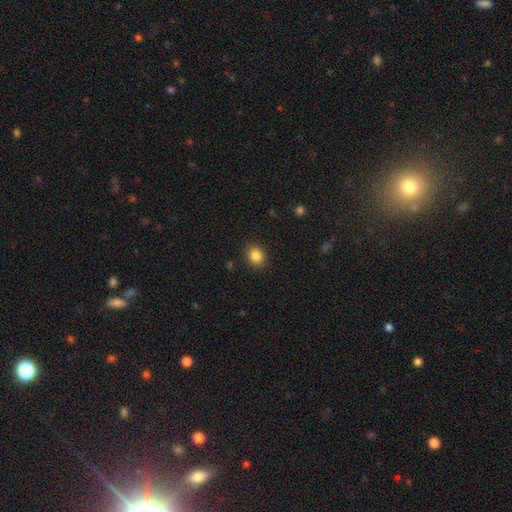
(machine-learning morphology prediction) Smooth or featured?
  - smooth: 85% *
  - star or artifact: 11%
  - featured or disk: 5%
How rounded?
  - round: 69% *
  - in between: 30%
  - cigar-shaped: 1%
Merging?
  - none: 89% *
  - minor disturbance: 8%
  - major disturbance: 2%
  - merger: 1%